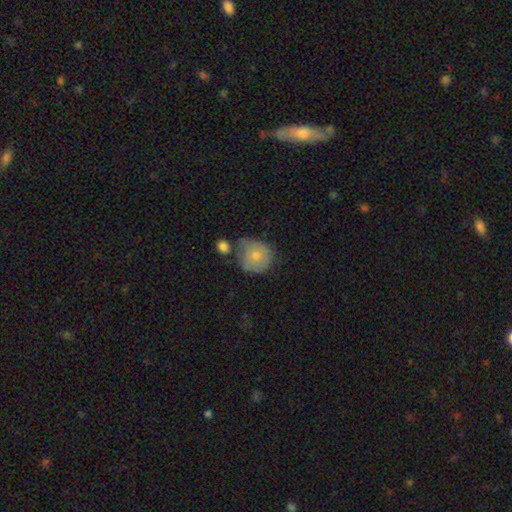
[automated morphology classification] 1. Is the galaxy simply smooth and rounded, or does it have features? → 67% smooth, 26% featured or disk, 7% star or artifact.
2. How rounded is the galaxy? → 85% round, 14% in between, 1% cigar-shaped.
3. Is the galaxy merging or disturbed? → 48% none, 29% minor disturbance, 13% merger, 10% major disturbance.